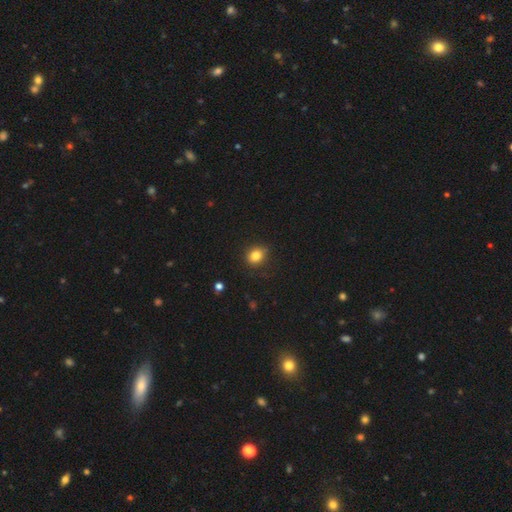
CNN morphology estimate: Q: Smooth or featured?
A: smooth (82%); runner-up: star or artifact (12%)
Q: How rounded?
A: round (72%); runner-up: in between (27%)
Q: Merging?
A: none (79%); runner-up: minor disturbance (16%)